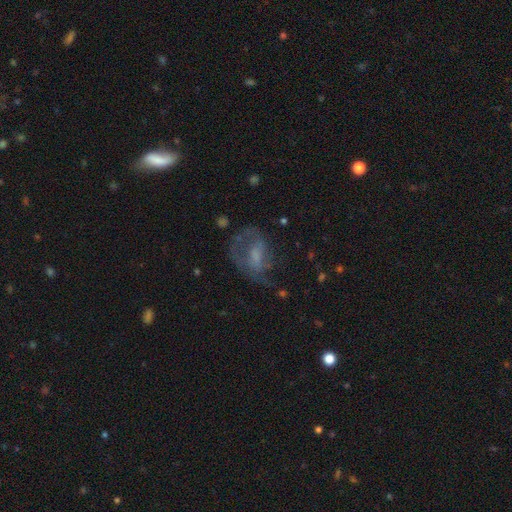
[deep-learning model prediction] Smooth or featured?
  - featured or disk: 56% *
  - smooth: 32%
  - star or artifact: 12%
Edge-on disk?
  - no: 96% *
  - yes: 4%
Bar?
  - no: 56% *
  - weak: 35%
  - strong: 9%
Spiral arms?
  - yes: 52% *
  - no: 48%
Bulge size?
  - small: 33% *
  - moderate: 30%
  - none: 29%
  - large: 6%
  - dominant: 1%
Merging?
  - none: 40% *
  - major disturbance: 36%
  - minor disturbance: 22%
  - merger: 3%